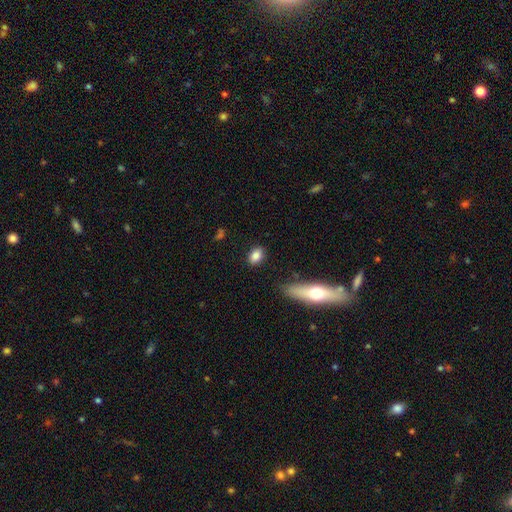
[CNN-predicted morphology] smooth 85%, star or artifact 8%, featured or disk 7%. Down the decision tree: how rounded — in between (77%); merging — none (85%).